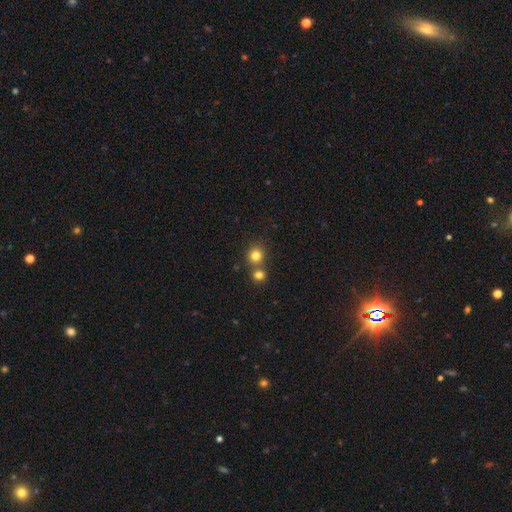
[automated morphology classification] smooth_or_featured: smooth (p=0.80) [alt: star or artifact p=0.14]
how_rounded: round (p=0.87) [alt: in between p=0.12]
merging: none (p=0.59) [alt: merger p=0.32]